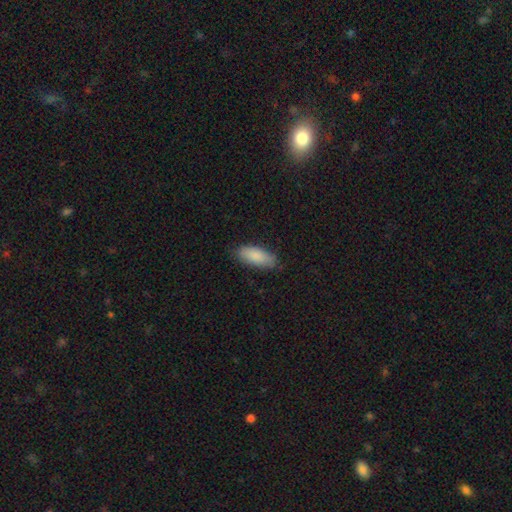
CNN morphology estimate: Smooth or featured: smooth — 87% (featured or disk — 7%)
How rounded: in between — 80% (cigar-shaped — 18%)
Merging: none — 81% (minor disturbance — 15%)